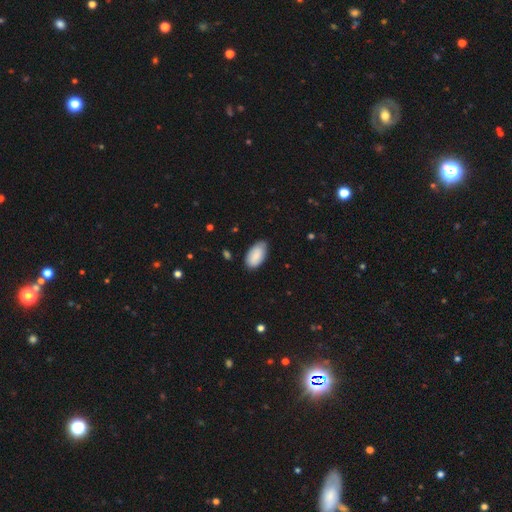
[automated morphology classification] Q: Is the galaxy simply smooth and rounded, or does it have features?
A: smooth — 86%.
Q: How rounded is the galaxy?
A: in between — 95%.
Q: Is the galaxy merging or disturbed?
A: none — 72%.